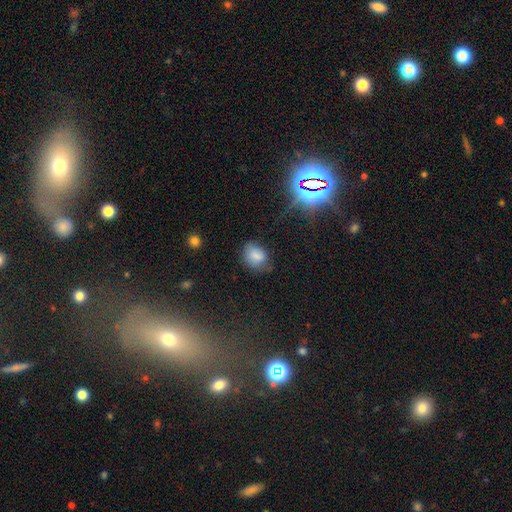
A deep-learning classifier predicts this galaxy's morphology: Overall: smooth (78%). How rounded: in between (62%; round 37%). Merging: none (59%; minor disturbance 30%).